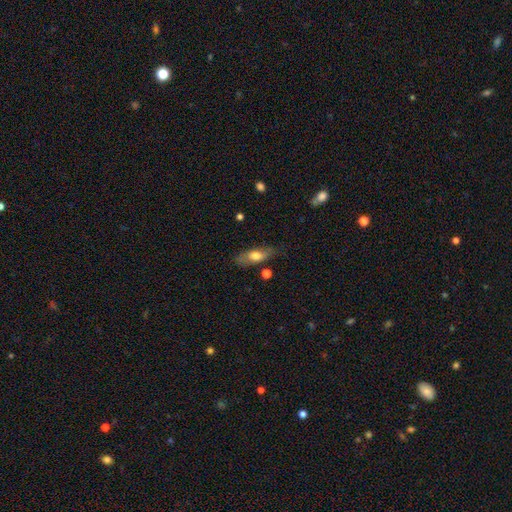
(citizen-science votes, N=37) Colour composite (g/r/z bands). It shows a smooth galaxy with no disk features (59%) that is in between round and cigar-shaped (82%). Merging: none (69%).